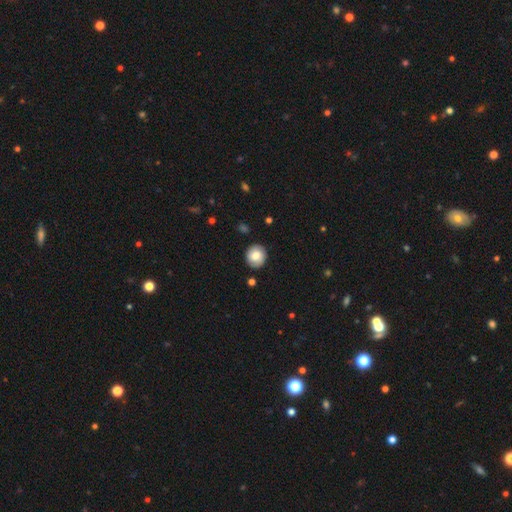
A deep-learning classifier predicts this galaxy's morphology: smooth-or-featured: smooth: 71% | featured or disk: 22% | star or artifact: 8%
  how-rounded: round: 82% | in between: 17% | cigar-shaped: 1%
  merging: none: 84% | minor disturbance: 12% | major disturbance: 3% | merger: 2%